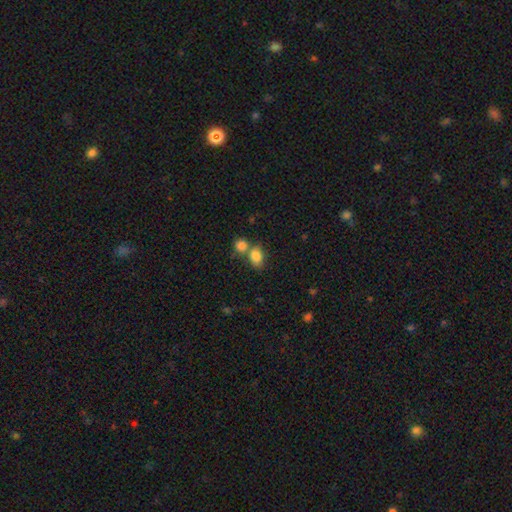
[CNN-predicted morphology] Smooth or featured?
  - smooth: 83% *
  - star or artifact: 10%
  - featured or disk: 8%
How rounded?
  - in between: 61% *
  - round: 37%
  - cigar-shaped: 1%
Merging?
  - merger: 44% *
  - none: 42%
  - minor disturbance: 10%
  - major disturbance: 4%